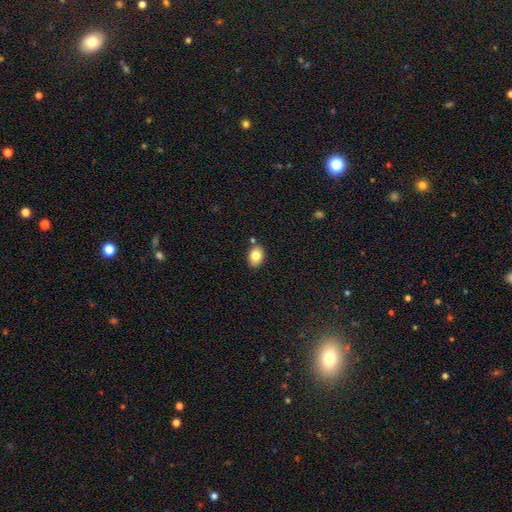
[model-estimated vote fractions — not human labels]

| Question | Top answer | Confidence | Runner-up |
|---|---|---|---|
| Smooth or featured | smooth | 81% | featured or disk (10%) |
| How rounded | in between | 73% | round (26%) |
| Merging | none | 82% | minor disturbance (11%) |